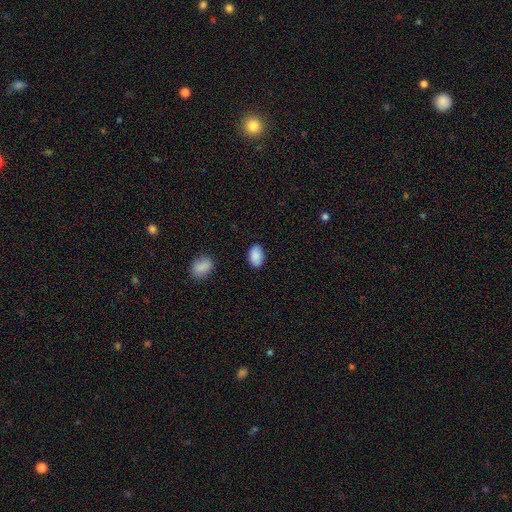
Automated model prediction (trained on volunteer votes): Smooth or featured?
  - smooth: 89% *
  - star or artifact: 7%
  - featured or disk: 4%
How rounded?
  - in between: 92% *
  - round: 7%
  - cigar-shaped: 1%
Merging?
  - none: 85% *
  - minor disturbance: 10%
  - major disturbance: 2%
  - merger: 2%